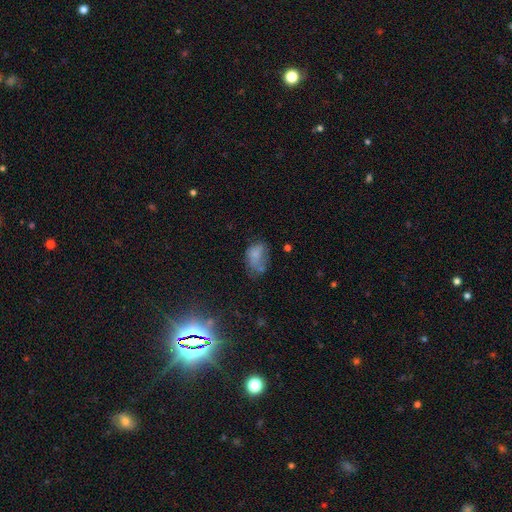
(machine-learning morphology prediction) This appears to be a smooth galaxy with no disk features (65%) that is in between round and cigar-shaped (83%). Merging: none (36%).